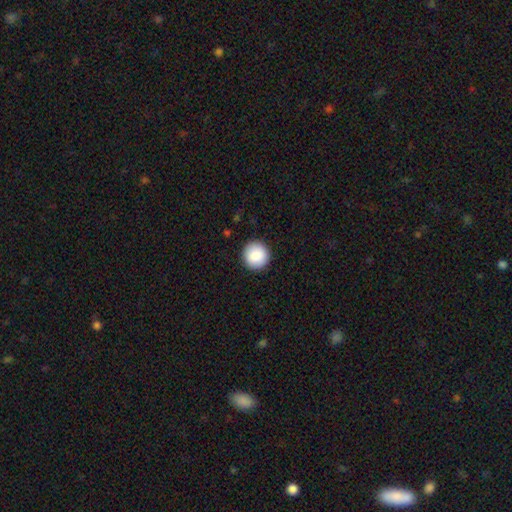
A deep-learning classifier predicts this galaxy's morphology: smooth 89%, star or artifact 7%, featured or disk 4%. Down the decision tree: how rounded — round (96%); merging — none (93%).